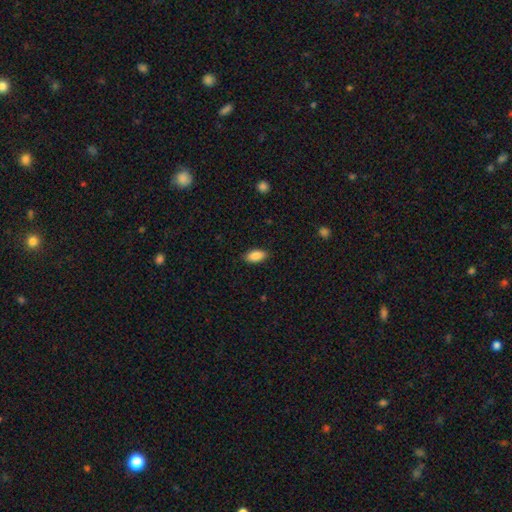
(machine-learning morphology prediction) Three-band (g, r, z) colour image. It shows a smooth galaxy with no disk features (88%) that is in between round and cigar-shaped (90%). Merging: none (86%).